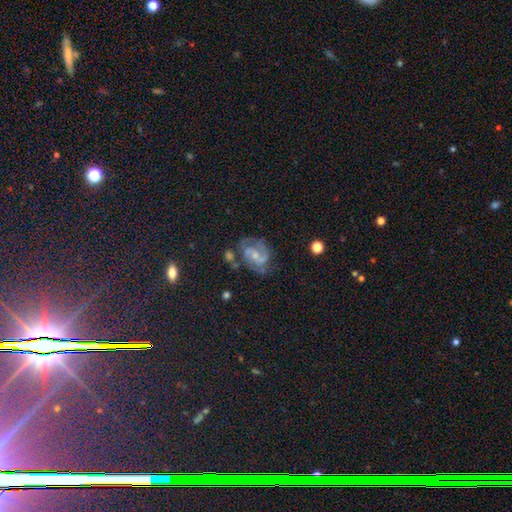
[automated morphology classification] A featured or disk galaxy (71%) with no bar (52%), 2 (59%) medium (48%) spiral arms (85%) and a small central bulge (53%). Merging: none (52%).